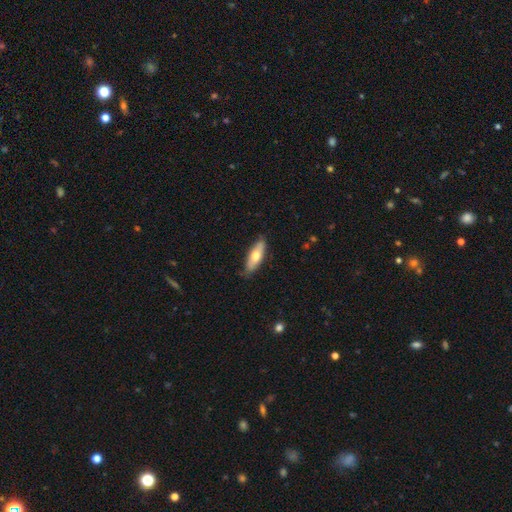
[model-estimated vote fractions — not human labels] Smooth or featured?
  - smooth: 64% *
  - featured or disk: 30%
  - star or artifact: 6%
How rounded?
  - in between: 58% *
  - cigar-shaped: 40%
  - round: 2%
Merging?
  - none: 82% *
  - minor disturbance: 14%
  - major disturbance: 2%
  - merger: 1%